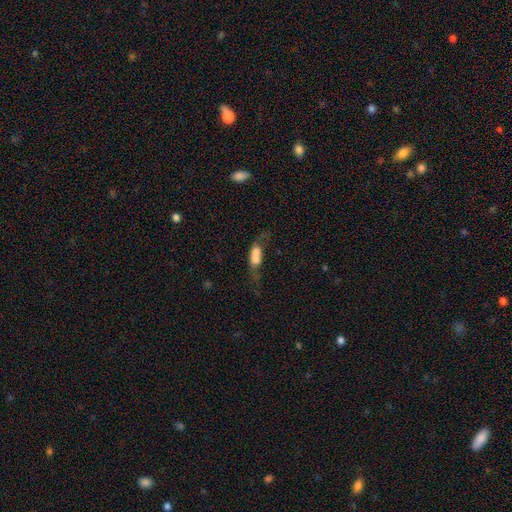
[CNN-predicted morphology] smooth_or_featured: smooth (p=0.57) [alt: featured or disk p=0.32]
how_rounded: in between (p=0.64) [alt: cigar-shaped p=0.21]
merging: merger (p=0.59) [alt: none p=0.18]